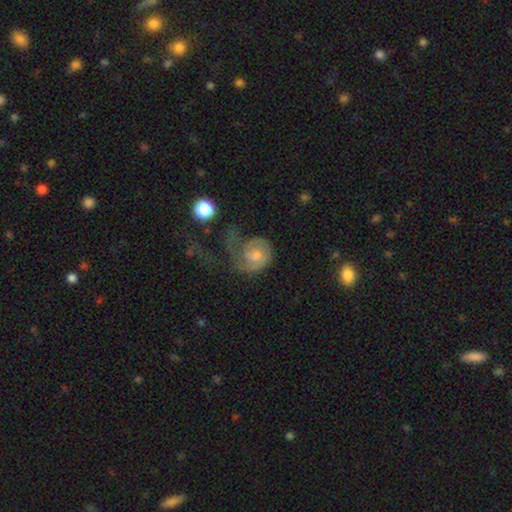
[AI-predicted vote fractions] smooth_or_featured: featured or disk (p=0.68) [alt: smooth p=0.25]
disk_edge_on: no (p=0.98) [alt: yes p=0.02]
bar: no (p=0.68) [alt: weak p=0.27]
has_spiral_arms: yes (p=0.87) [alt: no p=0.13]
spiral_winding: tight (p=0.41) [alt: medium p=0.36]
spiral_arm_count: 1 (p=0.54) [alt: 2 p=0.29]
bulge_size: moderate (p=0.54) [alt: small p=0.31]
merging: major disturbance (p=0.47) [alt: none p=0.30]